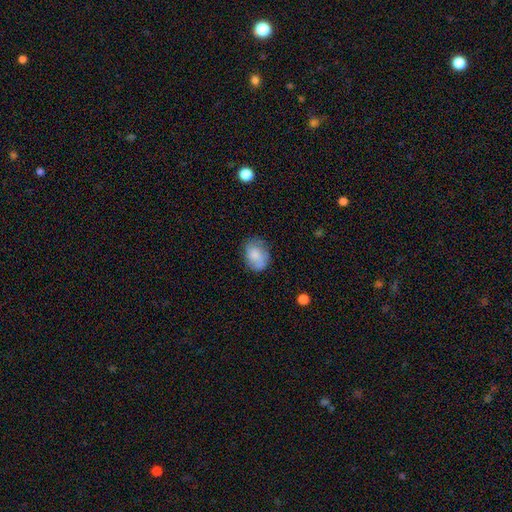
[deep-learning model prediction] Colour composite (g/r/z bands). It shows a smooth galaxy with no disk features (73%) that is in between round and cigar-shaped (71%). Merging: none (64%).